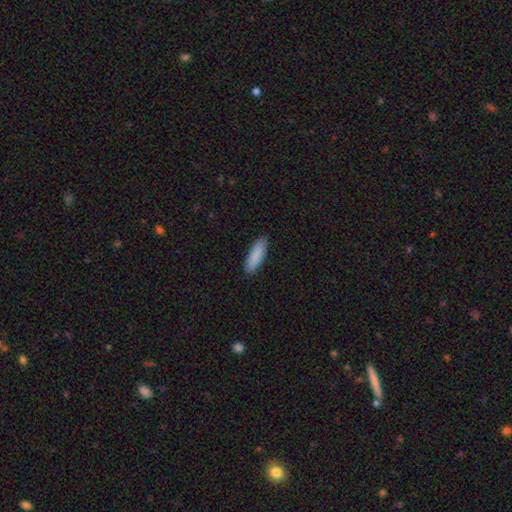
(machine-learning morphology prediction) type=smooth (88%); roundness=cigar-shaped (50%); merging=none (88%).